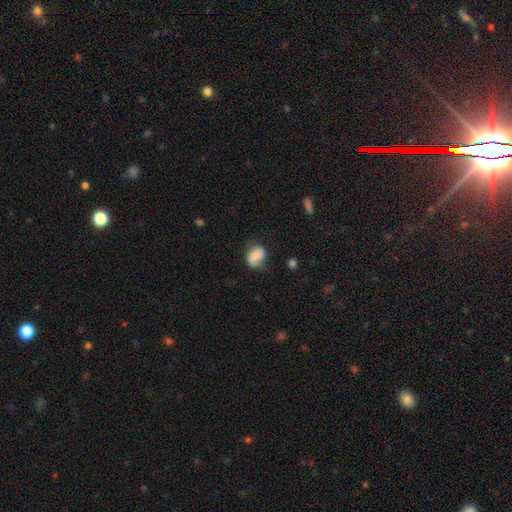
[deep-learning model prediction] Smooth or featured?
  - smooth: 56% *
  - featured or disk: 36%
  - star or artifact: 8%
How rounded?
  - in between: 50% *
  - round: 49%
  - cigar-shaped: 1%
Merging?
  - none: 61% *
  - minor disturbance: 28%
  - major disturbance: 10%
  - merger: 2%